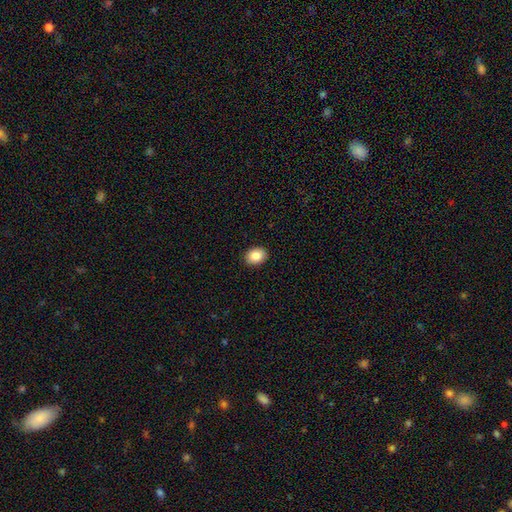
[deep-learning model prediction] The model was most divided on "how rounded": in between: 61%, round: 39%, cigar-shaped: 1%. More confident: merging — none (91%); smooth or featured — smooth (87%).